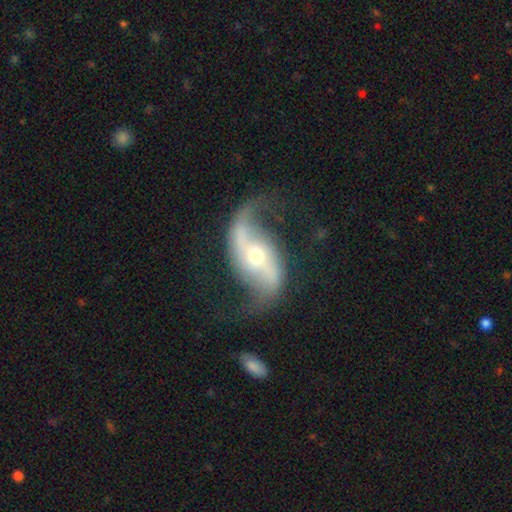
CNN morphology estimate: Q: Smooth or featured?
A: featured or disk (90%); runner-up: smooth (5%)
Q: Edge-on disk?
A: no (96%); runner-up: yes (4%)
Q: Bar?
A: strong (36%); tied with: no (36%)
Q: Spiral arms?
A: yes (96%); runner-up: no (4%)
Q: Spiral winding?
A: loose (78%); runner-up: medium (17%)
Q: Spiral arm count?
A: 2 (94%); runner-up: 1 (2%)
Q: Bulge size?
A: moderate (55%); runner-up: small (40%)
Q: Merging?
A: none (72%); runner-up: minor disturbance (15%)